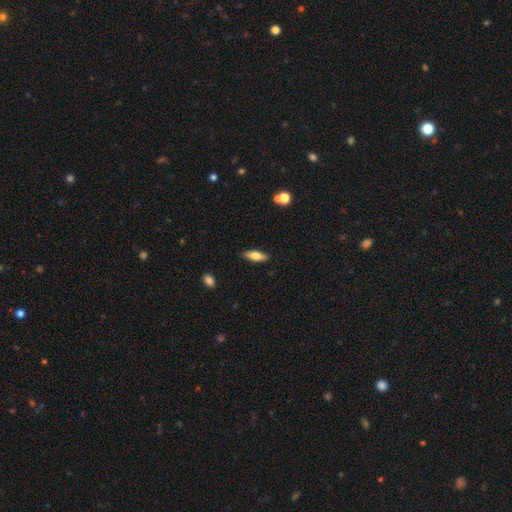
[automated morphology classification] This appears to be a smooth galaxy with no disk features (70%) that is in between round and cigar-shaped (61%). Merging: none (88%).